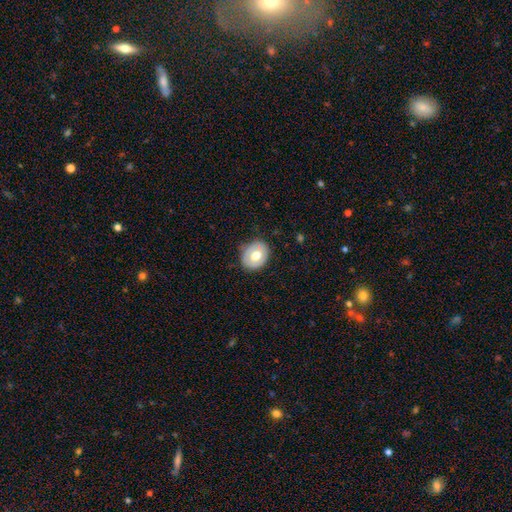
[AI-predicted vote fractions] smooth 59%, featured or disk 34%, star or artifact 7%. Down the decision tree: how rounded — round (56%); merging — none (80%).